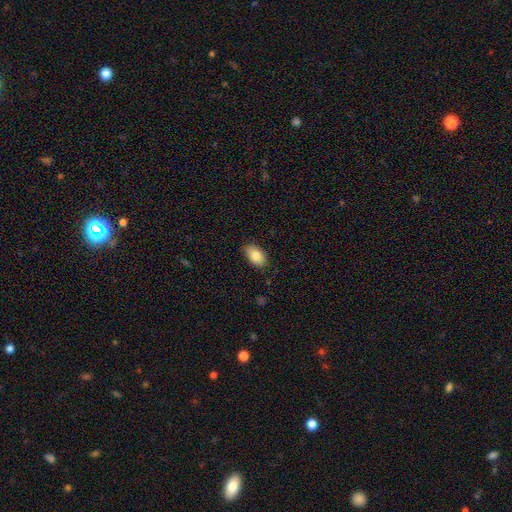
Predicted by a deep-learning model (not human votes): A smooth galaxy with no disk features (83%) that is in between round and cigar-shaped (90%).

Vote fractions:
- Smooth or featured? smooth: 83% / featured or disk: 9% / star or artifact: 7%
- How rounded? in between: 90% / round: 8% / cigar-shaped: 1%
- Merging? none: 84% / minor disturbance: 13% / major disturbance: 2% / merger: 1%